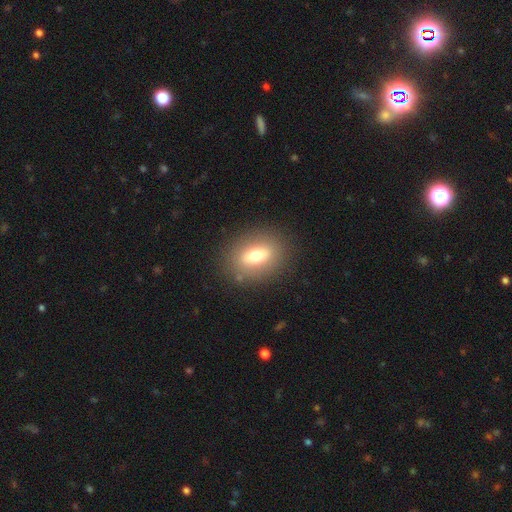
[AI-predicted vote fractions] Smooth or featured? Predicted: smooth (p=0.64). How rounded? Predicted: in between (p=0.67). Merging? Predicted: none (p=0.85).